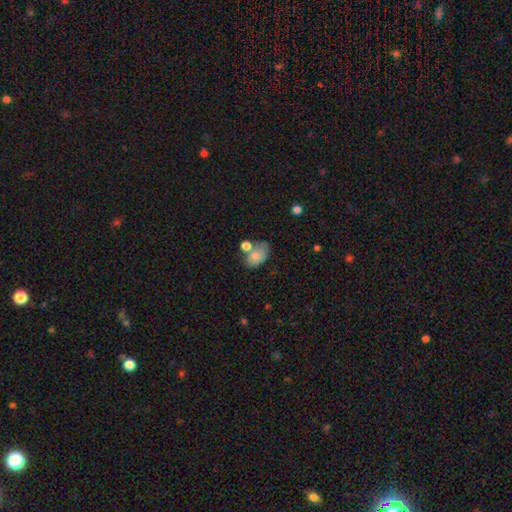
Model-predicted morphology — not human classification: The model was most divided on "merging": none: 40%, merger: 28%, minor disturbance: 22%, major disturbance: 10%. More confident: how rounded — in between (83%); smooth or featured — smooth (79%).